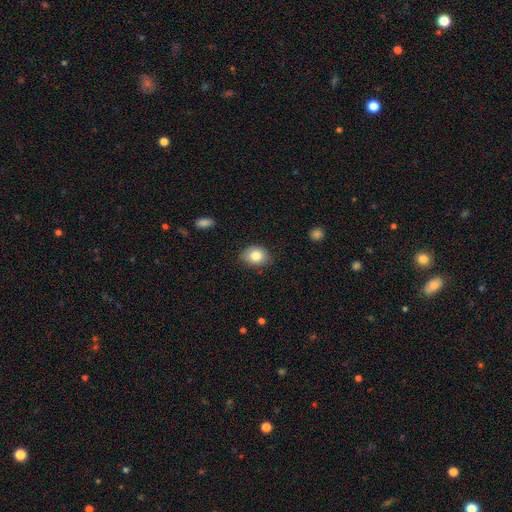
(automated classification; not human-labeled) smooth 82%, featured or disk 9%, star or artifact 8%. Down the decision tree: how rounded — in between (62%); merging — none (82%).